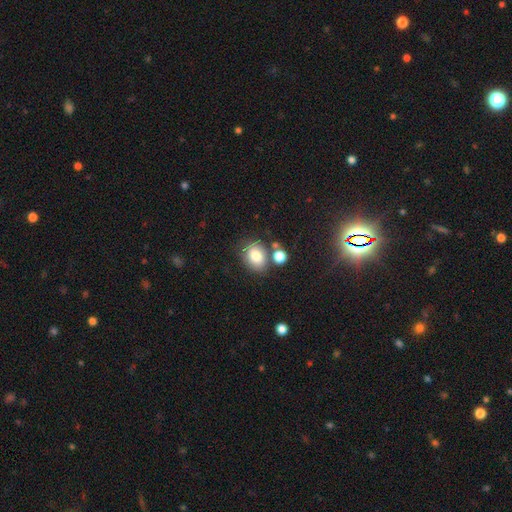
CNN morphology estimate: A smooth galaxy with no disk features (79%) that is in between round and cigar-shaped (56%). Merging: none (64%).